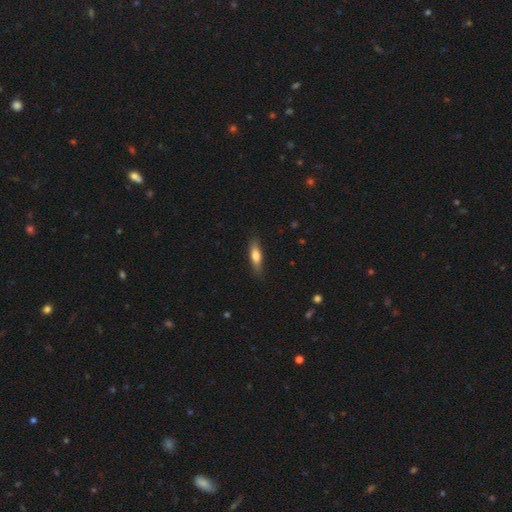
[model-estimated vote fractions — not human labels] smooth 68%, featured or disk 25%, star or artifact 6%. Down the decision tree: how rounded — cigar-shaped (60%); merging — none (83%).